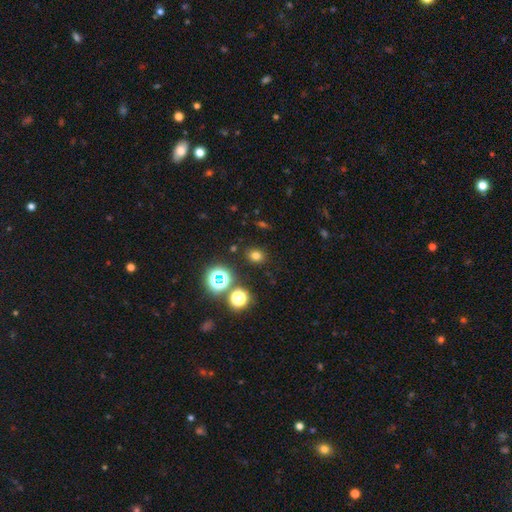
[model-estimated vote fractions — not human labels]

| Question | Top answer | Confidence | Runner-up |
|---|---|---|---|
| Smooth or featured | smooth | 71% | star or artifact (22%) |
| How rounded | round | 51% | in between (48%) |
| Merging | none | 85% | minor disturbance (9%) |